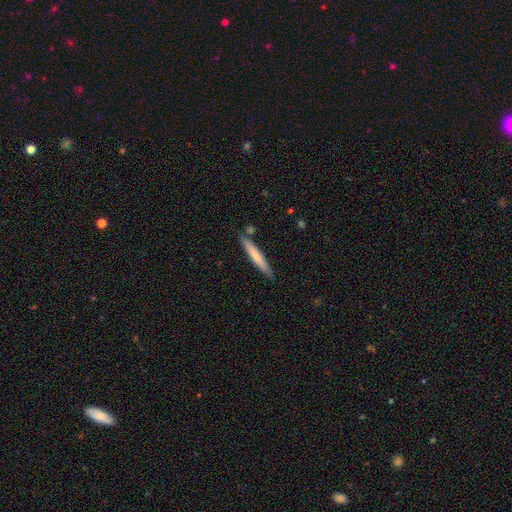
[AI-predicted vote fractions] This is likely a smooth galaxy (68%). How rounded: clearly cigar-shaped (95%). Merging: clearly none (84%).